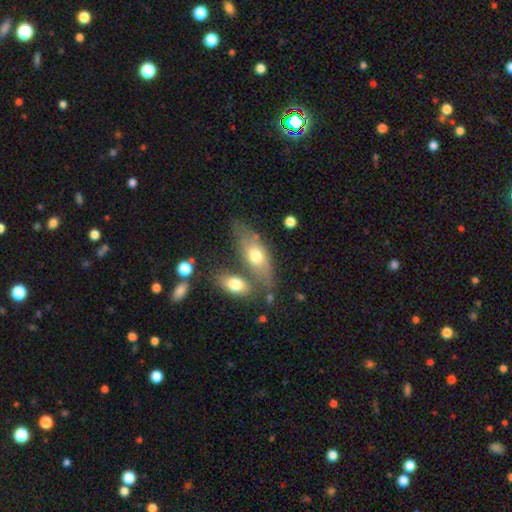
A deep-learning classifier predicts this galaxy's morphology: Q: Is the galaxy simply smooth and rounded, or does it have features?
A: smooth — 65%.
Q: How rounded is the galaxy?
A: in between — 80%.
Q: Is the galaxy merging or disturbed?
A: none — 46%.